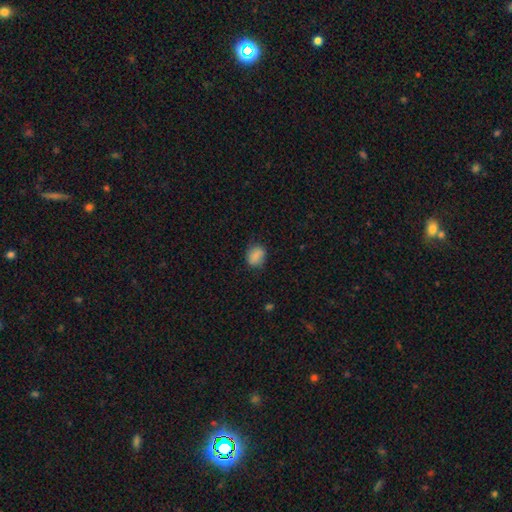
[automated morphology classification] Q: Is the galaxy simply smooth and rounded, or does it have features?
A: smooth — 85%.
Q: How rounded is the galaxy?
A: in between — 51%.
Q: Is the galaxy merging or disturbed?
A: none — 76%.